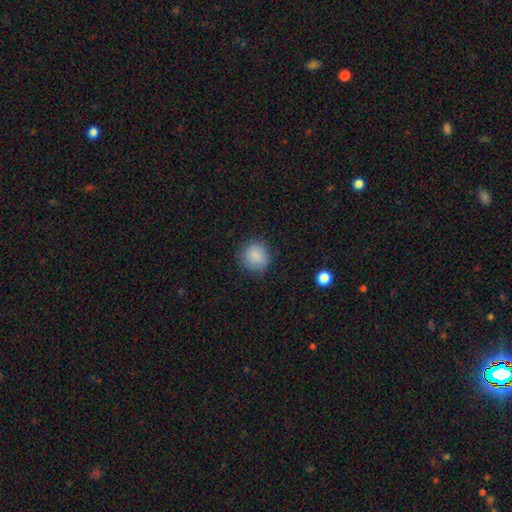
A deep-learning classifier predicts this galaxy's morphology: This appears to be a smooth galaxy with no disk features (88%) that is round (89%). Merging: none (85%).